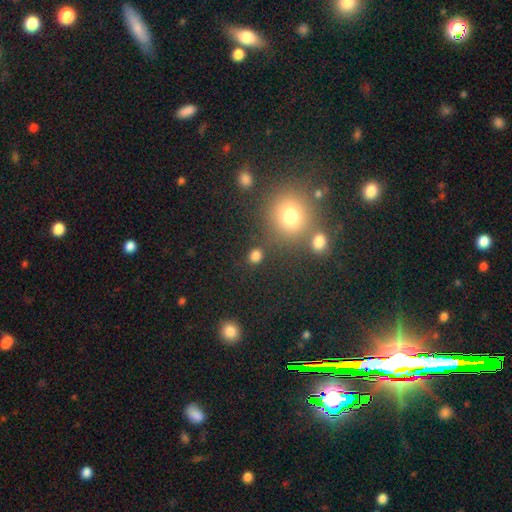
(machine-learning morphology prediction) smooth_or_featured: smooth (p=0.79) [alt: star or artifact p=0.16]
how_rounded: round (p=0.74) [alt: in between p=0.25]
merging: none (p=0.80) [alt: minor disturbance p=0.09]